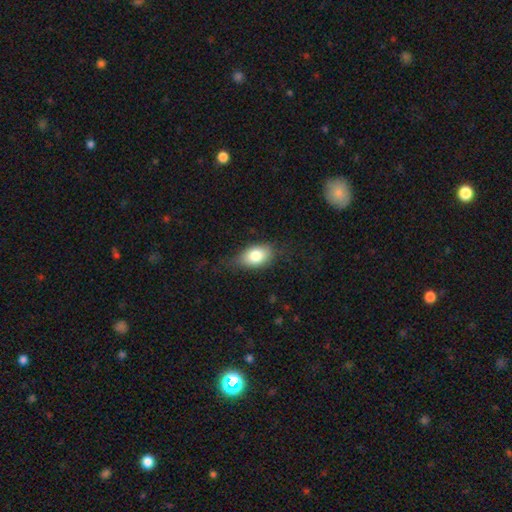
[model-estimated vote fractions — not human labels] Q: Smooth or featured?
A: smooth (79%); runner-up: featured or disk (13%)
Q: How rounded?
A: in between (85%); runner-up: round (13%)
Q: Merging?
A: none (65%); runner-up: minor disturbance (25%)